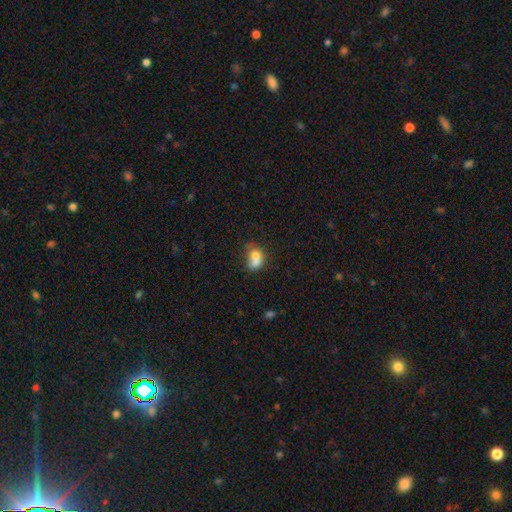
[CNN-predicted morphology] Smooth or featured?
  - smooth: 69% *
  - featured or disk: 21%
  - star or artifact: 10%
How rounded?
  - in between: 65% *
  - round: 33%
  - cigar-shaped: 2%
Merging?
  - merger: 56% *
  - none: 22%
  - minor disturbance: 13%
  - major disturbance: 9%